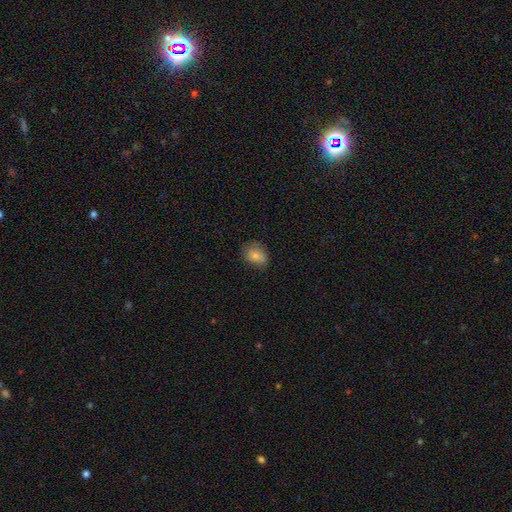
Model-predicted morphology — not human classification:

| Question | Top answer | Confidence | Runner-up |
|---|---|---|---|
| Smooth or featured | smooth | 78% | featured or disk (13%) |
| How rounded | in between | 60% | round (39%) |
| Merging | none | 69% | minor disturbance (24%) |